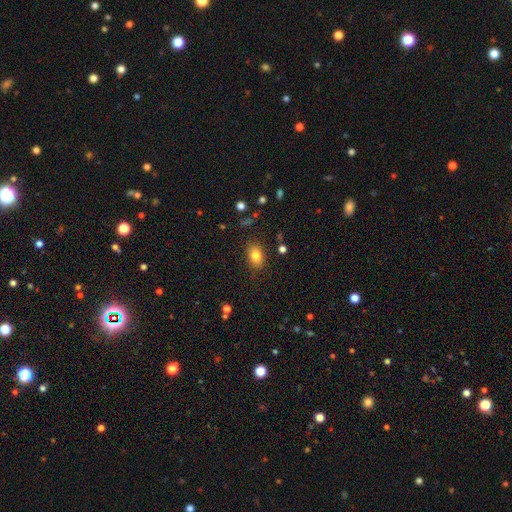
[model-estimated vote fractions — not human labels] A smooth galaxy with no disk features (82%) that is in between round and cigar-shaped (77%). Merging: none (85%).